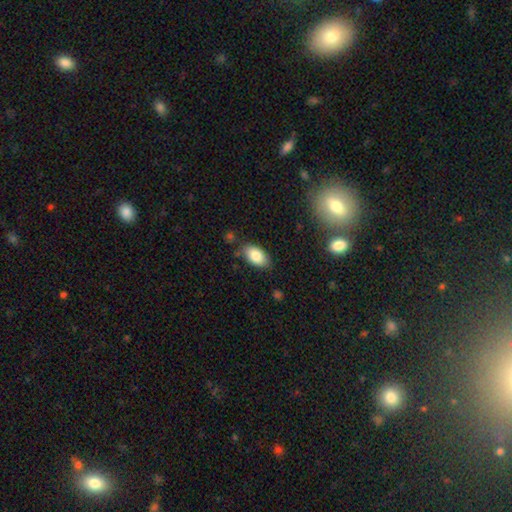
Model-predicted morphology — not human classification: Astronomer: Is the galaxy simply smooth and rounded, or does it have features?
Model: smooth — 83%.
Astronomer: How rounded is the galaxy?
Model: in between — 94%.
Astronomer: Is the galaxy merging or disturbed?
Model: none — 80%.